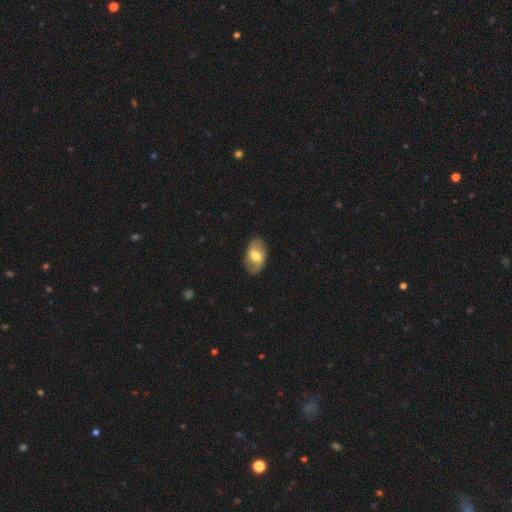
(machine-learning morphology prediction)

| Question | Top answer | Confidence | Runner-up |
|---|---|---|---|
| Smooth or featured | smooth | 49% | featured or disk (44%) |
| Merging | none | 83% | minor disturbance (13%) |